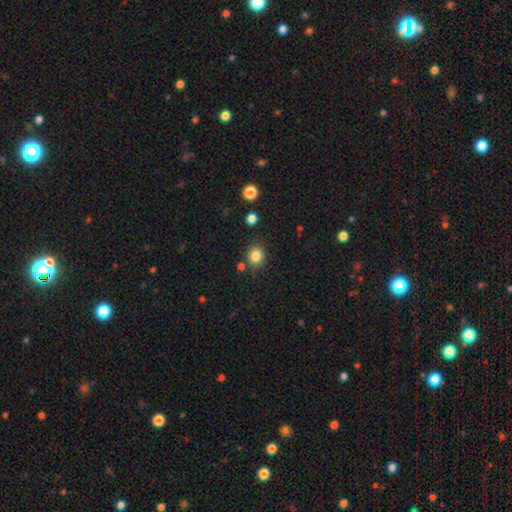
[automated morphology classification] This appears to be a smooth galaxy with no disk features (83%) that is round (74%). Merging: none (82%).